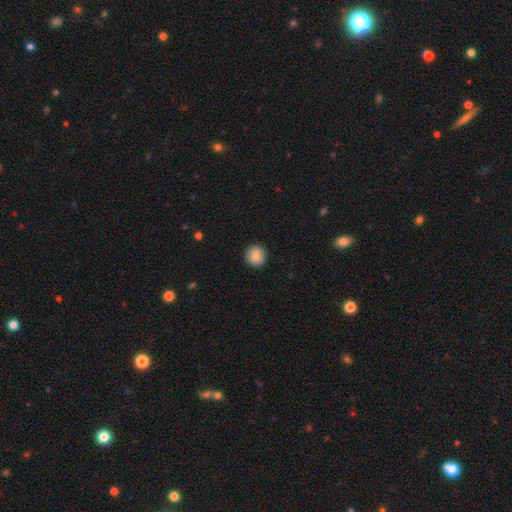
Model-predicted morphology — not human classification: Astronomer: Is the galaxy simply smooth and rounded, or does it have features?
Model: smooth — 87%.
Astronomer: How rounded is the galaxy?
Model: round — 93%.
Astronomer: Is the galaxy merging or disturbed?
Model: none — 92%.